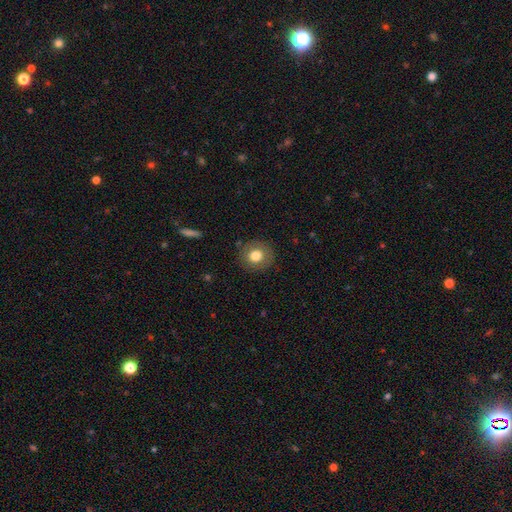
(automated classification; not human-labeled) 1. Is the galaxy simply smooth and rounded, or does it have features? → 78% smooth, 13% featured or disk, 10% star or artifact.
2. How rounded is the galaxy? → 86% round, 13% in between, 1% cigar-shaped.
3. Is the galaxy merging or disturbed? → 87% none, 8% minor disturbance, 3% major disturbance, 1% merger.